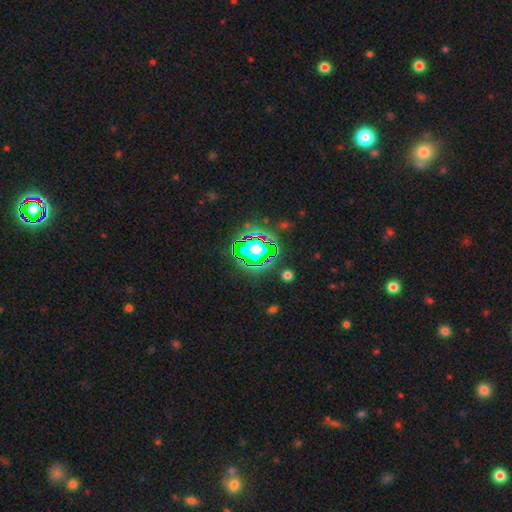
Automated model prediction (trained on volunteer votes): smooth_or_featured: star or artifact (p=0.72) [alt: smooth p=0.17]